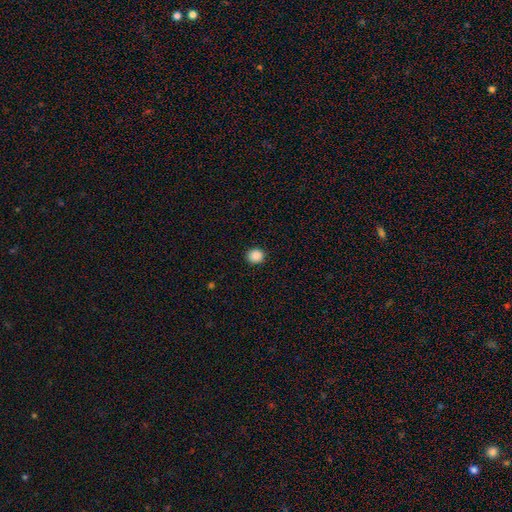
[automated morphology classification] This is clearly a smooth galaxy (88%). How rounded: clearly round (83%). Merging: clearly none (91%).